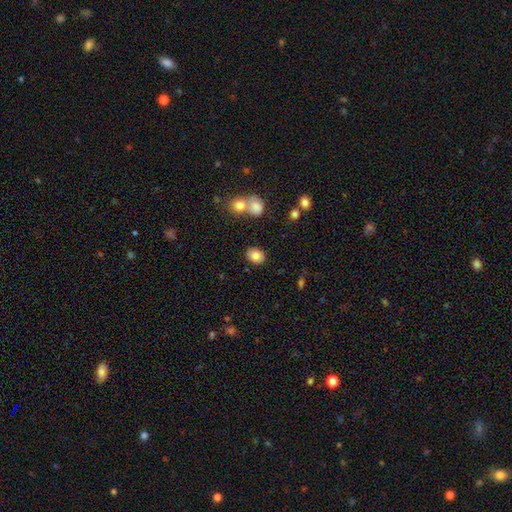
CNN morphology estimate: A smooth galaxy with no disk features (83%) that is in between round and cigar-shaped (67%).

Vote fractions:
- Smooth or featured? smooth: 83% / star or artifact: 9% / featured or disk: 8%
- How rounded? in between: 67% / round: 32% / cigar-shaped: 1%
- Merging? none: 84% / minor disturbance: 9% / merger: 4% / major disturbance: 3%